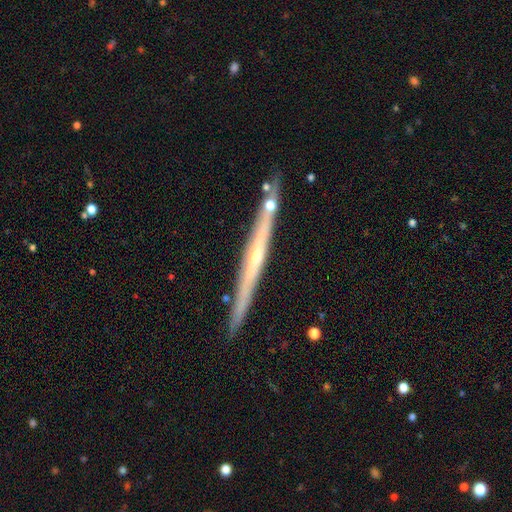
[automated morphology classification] smooth_or_featured: featured or disk (p=0.76) [alt: smooth p=0.17]
disk_edge_on: yes (p=0.96) [alt: no p=0.04]
edge_on_bulge: rounded (p=0.54) [alt: none p=0.43]
merging: none (p=0.86) [alt: minor disturbance p=0.09]